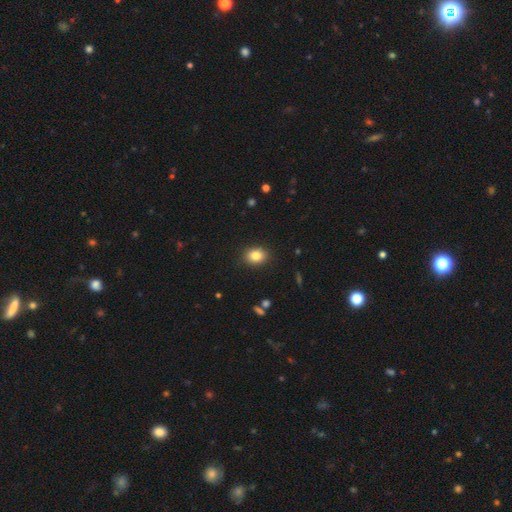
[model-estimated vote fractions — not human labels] Smooth or featured?
  - smooth: 83% *
  - star or artifact: 10%
  - featured or disk: 7%
How rounded?
  - in between: 54% *
  - round: 45%
  - cigar-shaped: 1%
Merging?
  - none: 89% *
  - minor disturbance: 8%
  - major disturbance: 2%
  - merger: 1%